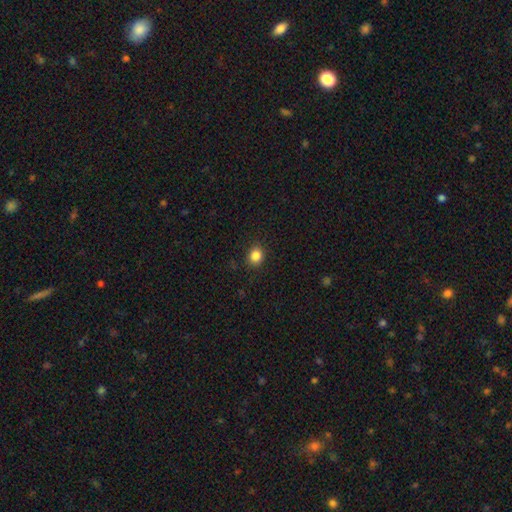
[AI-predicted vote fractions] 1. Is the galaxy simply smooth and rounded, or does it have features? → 85% smooth, 11% star or artifact, 4% featured or disk.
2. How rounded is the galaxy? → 72% round, 27% in between, 1% cigar-shaped.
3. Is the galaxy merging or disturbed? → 89% none, 8% minor disturbance, 2% major disturbance, 1% merger.